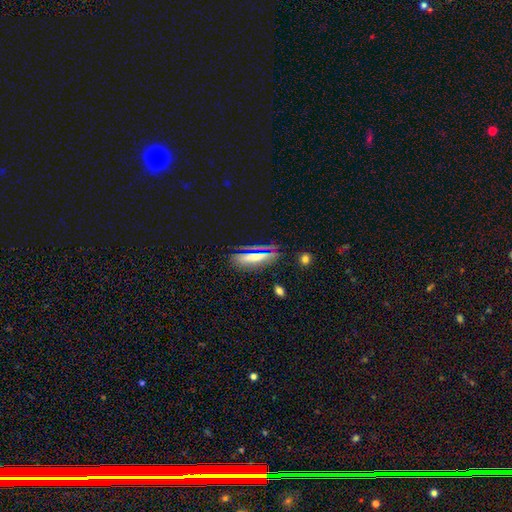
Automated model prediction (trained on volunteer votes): smooth_or_featured: smooth (p=0.60) [alt: featured or disk p=0.24]
how_rounded: in between (p=0.61) [alt: cigar-shaped p=0.33]
merging: none (p=0.81) [alt: minor disturbance p=0.13]